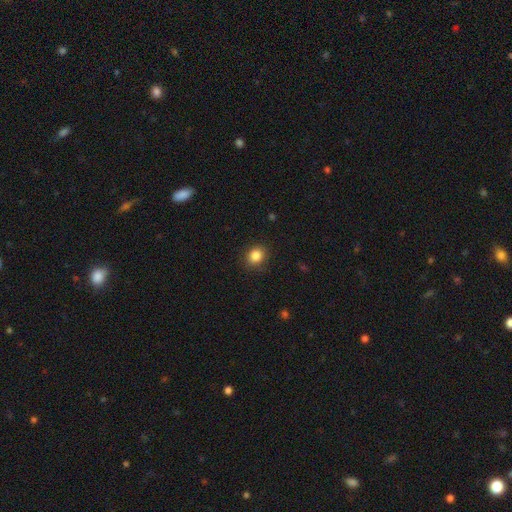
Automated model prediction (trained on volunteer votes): Smooth or featured? smooth (85%)
How rounded? round (69%)
Merging? none (86%)